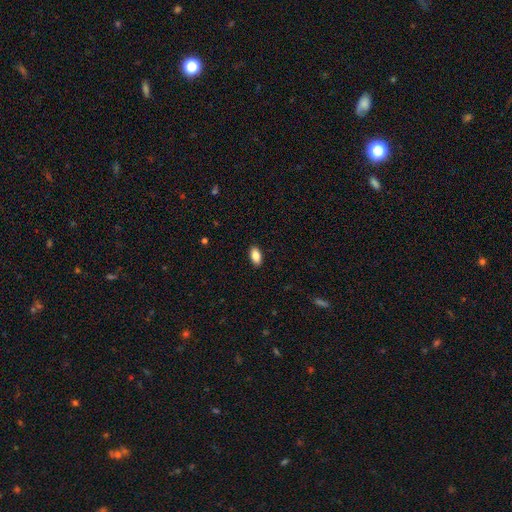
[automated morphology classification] Smooth or featured? smooth (86%)
How rounded? in between (92%)
Merging? none (90%)